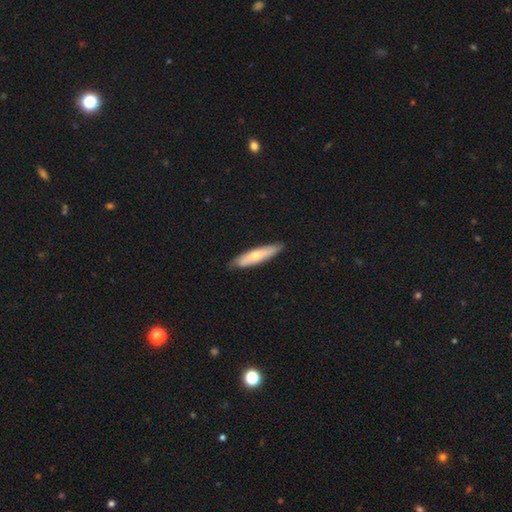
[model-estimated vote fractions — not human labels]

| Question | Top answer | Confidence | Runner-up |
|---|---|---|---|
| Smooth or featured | smooth | 60% | featured or disk (34%) |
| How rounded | cigar-shaped | 76% | in between (23%) |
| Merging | none | 84% | minor disturbance (13%) |